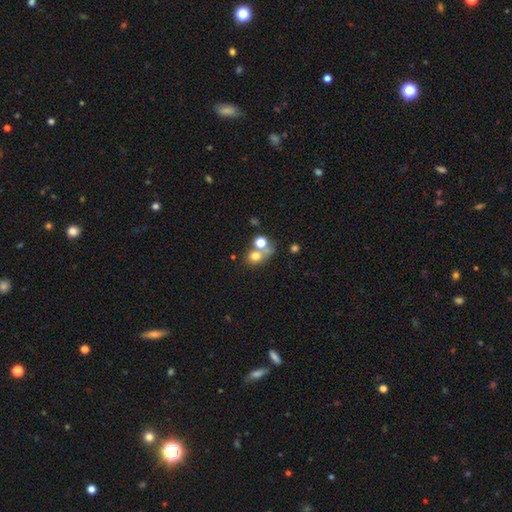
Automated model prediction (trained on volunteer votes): Morphology: type=smooth (69%); roundness=round (71%); merging=merger (46%).